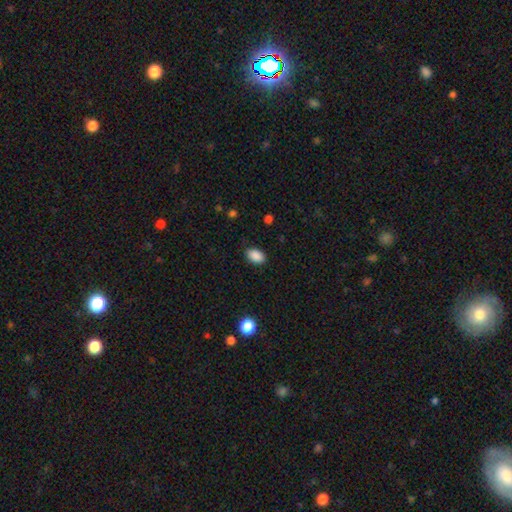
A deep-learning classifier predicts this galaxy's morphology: Smooth or featured? Predicted: smooth (p=0.89). How rounded? Predicted: in between (p=0.88). Merging? Predicted: none (p=0.85).